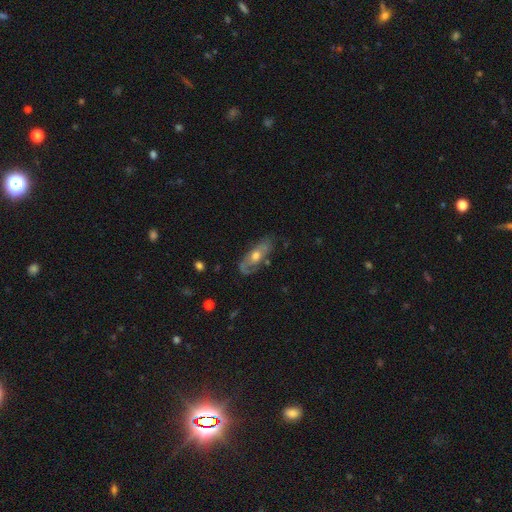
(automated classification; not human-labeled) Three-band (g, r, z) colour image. It shows a featured or disk galaxy (65%) with no bar (76%), spiral arms (64%) and a moderate central bulge (72%). Merging: none (71%).